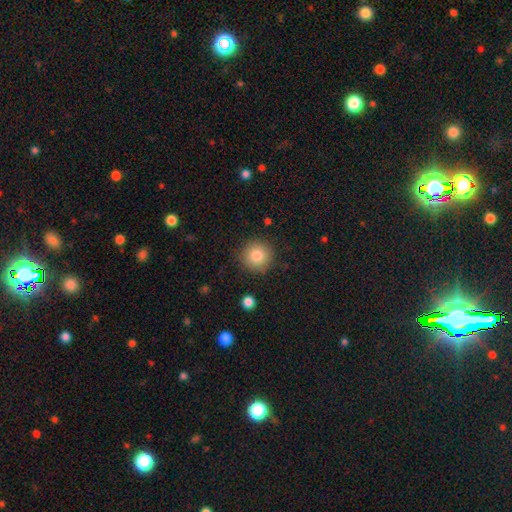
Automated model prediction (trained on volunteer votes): smooth 84%, star or artifact 10%, featured or disk 7%. Down the decision tree: how rounded — round (94%); merging — none (89%).